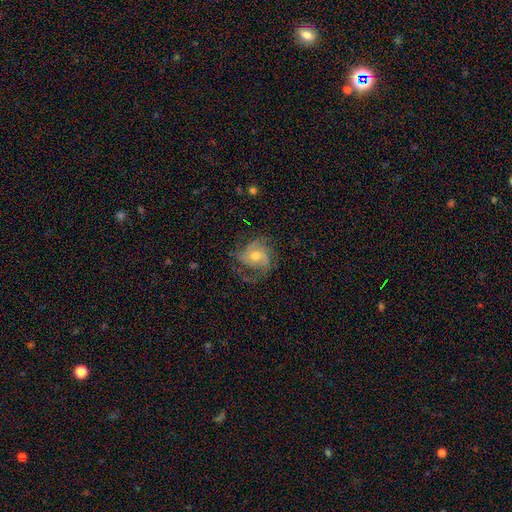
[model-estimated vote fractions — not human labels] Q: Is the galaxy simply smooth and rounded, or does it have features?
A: featured or disk — 78%.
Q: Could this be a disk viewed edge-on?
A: no — 97%.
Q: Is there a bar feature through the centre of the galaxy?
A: no — 64%.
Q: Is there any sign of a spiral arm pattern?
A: yes — 93%.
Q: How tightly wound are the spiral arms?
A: medium — 46%.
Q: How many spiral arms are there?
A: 3 — 34%.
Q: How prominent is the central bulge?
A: moderate — 68%.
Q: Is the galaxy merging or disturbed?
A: none — 63%.